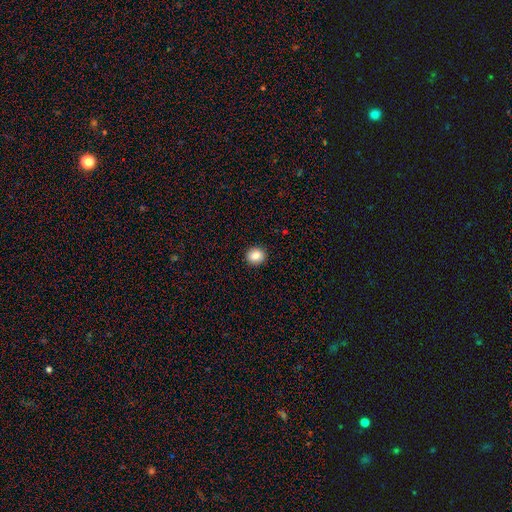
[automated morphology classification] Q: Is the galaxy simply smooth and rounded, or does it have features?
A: smooth — 86%.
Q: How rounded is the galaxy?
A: round — 80%.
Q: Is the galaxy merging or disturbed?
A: none — 92%.